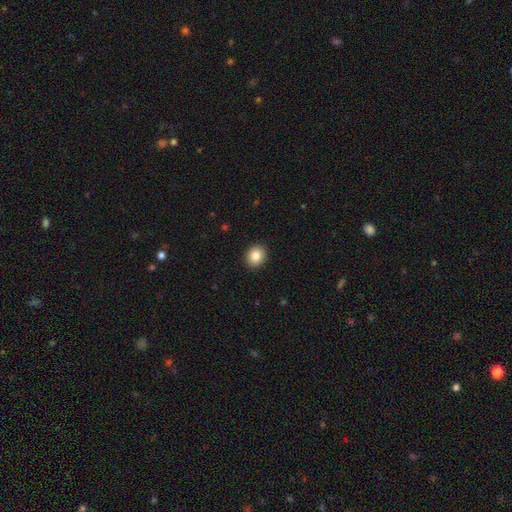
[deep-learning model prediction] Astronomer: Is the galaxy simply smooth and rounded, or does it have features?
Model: smooth — 85%.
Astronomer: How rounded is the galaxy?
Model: round — 73%.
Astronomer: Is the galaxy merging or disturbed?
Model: none — 92%.